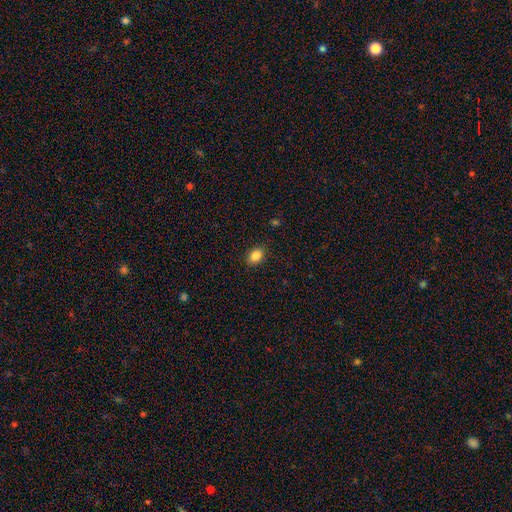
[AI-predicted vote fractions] smooth 87%, star or artifact 9%, featured or disk 4%. Down the decision tree: how rounded — in between (80%); merging — none (88%).